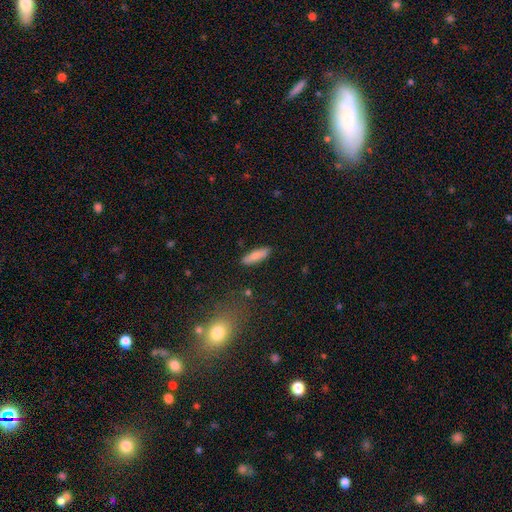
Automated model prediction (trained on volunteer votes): A smooth galaxy with no disk features (82%) that is cigar-shaped (58%).

Vote fractions:
- Smooth or featured? smooth: 82% / featured or disk: 12% / star or artifact: 6%
- How rounded? cigar-shaped: 58% / in between: 40% / round: 2%
- Merging? none: 87% / minor disturbance: 9% / major disturbance: 2% / merger: 2%